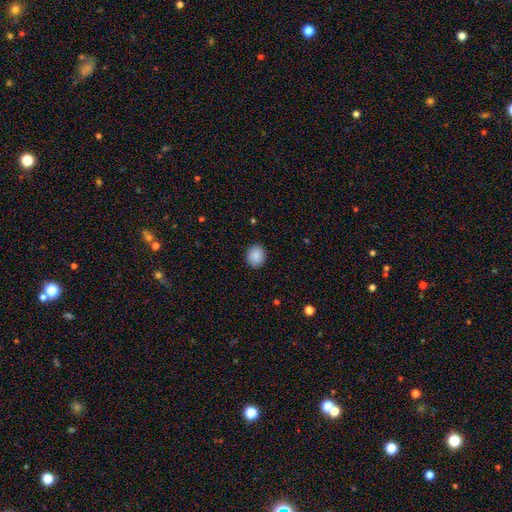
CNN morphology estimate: A smooth galaxy with no disk features (89%) that is round (70%). Merging: none (90%).